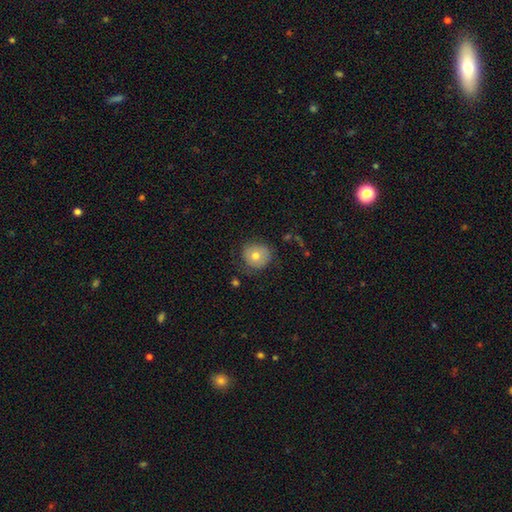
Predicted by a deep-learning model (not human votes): Smooth or featured? smooth (69%)
How rounded? round (85%)
Merging? none (70%)